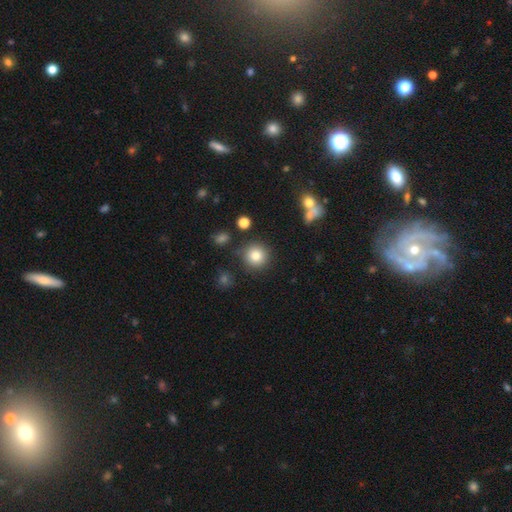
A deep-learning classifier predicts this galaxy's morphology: smooth 81%, star or artifact 11%, featured or disk 8%. Down the decision tree: how rounded — round (93%); merging — none (84%).